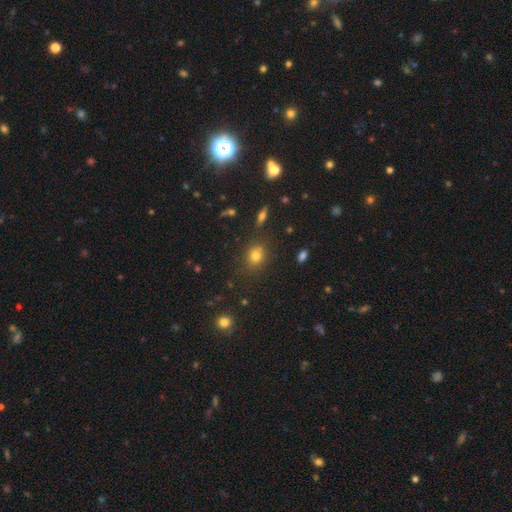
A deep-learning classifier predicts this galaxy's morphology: Smooth or featured?
  - smooth: 74% *
  - star or artifact: 17%
  - featured or disk: 9%
How rounded?
  - round: 61% *
  - in between: 37%
  - cigar-shaped: 2%
Merging?
  - none: 80% *
  - minor disturbance: 12%
  - merger: 4%
  - major disturbance: 4%